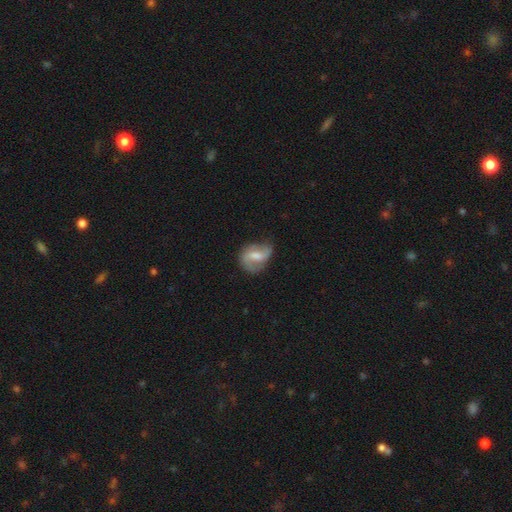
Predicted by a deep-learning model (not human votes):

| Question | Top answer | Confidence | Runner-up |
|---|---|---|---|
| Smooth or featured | featured or disk | 63% | smooth (30%) |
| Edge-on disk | no | 97% | yes (3%) |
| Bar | weak | 51% | strong (24%) |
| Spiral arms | yes | 84% | no (16%) |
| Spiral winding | loose | 48% | medium (39%) |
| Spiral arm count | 2 | 79% | can't tell (9%) |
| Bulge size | moderate | 44% | small (28%) |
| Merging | none | 55% | minor disturbance (28%) |